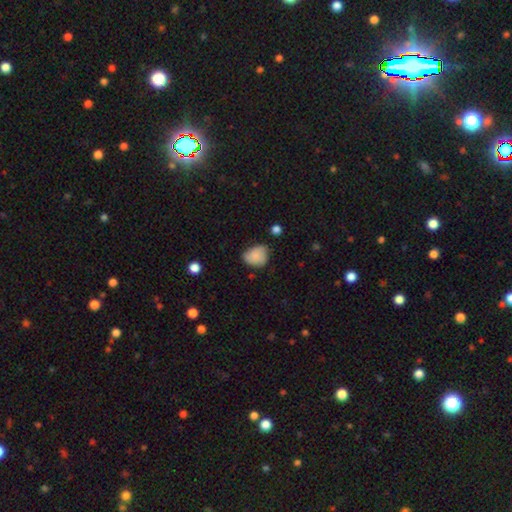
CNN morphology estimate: Smooth or featured? smooth (76%)
How rounded? in between (51%)
Merging? none (52%)